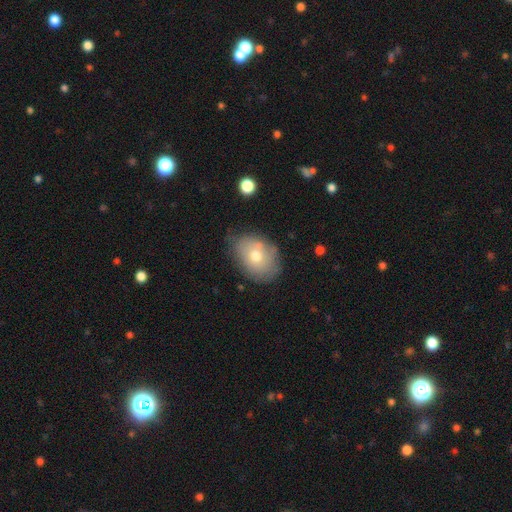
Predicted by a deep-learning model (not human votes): The model was most divided on "smooth or featured": smooth: 66%, featured or disk: 26%, star or artifact: 8%. More confident: how rounded — in between (74%); merging — none (66%).